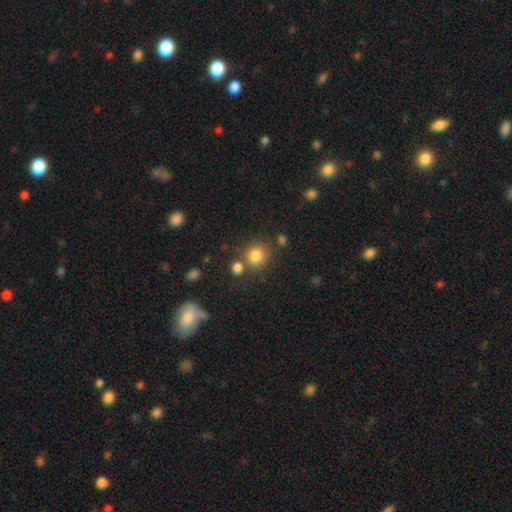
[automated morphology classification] Smooth or featured?
  - smooth: 82% *
  - star or artifact: 12%
  - featured or disk: 6%
How rounded?
  - round: 85% *
  - in between: 14%
  - cigar-shaped: 1%
Merging?
  - none: 72% *
  - merger: 14%
  - minor disturbance: 10%
  - major disturbance: 4%